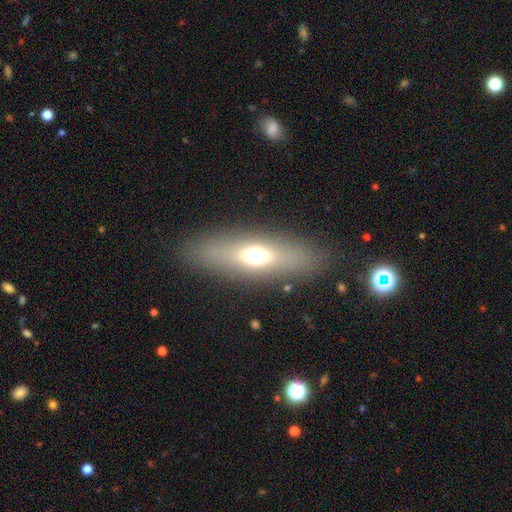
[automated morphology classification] type=smooth (50%); merging=none (85%).